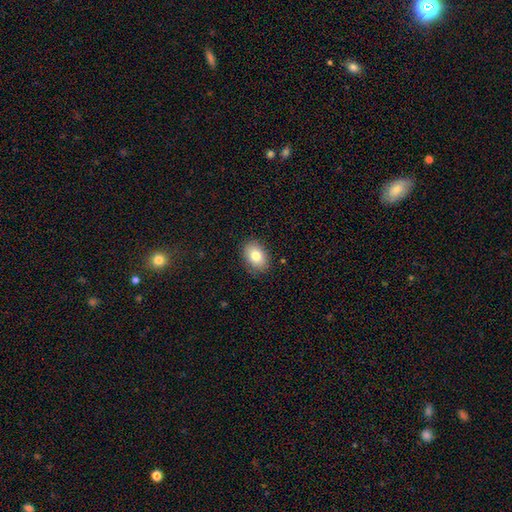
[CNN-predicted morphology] The model was most divided on "how rounded": in between: 81%, round: 18%, cigar-shaped: 1%. More confident: merging — none (86%); smooth or featured — smooth (82%).